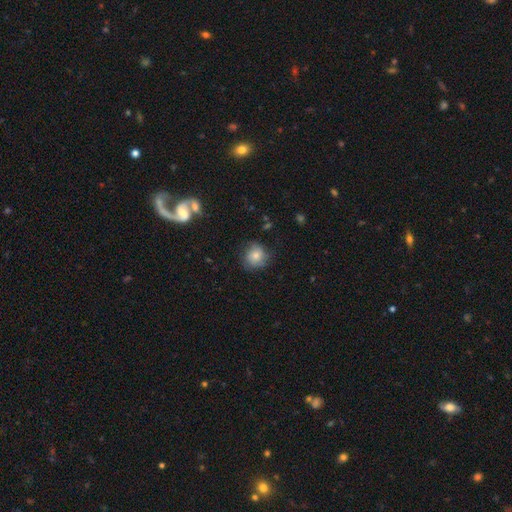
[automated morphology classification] Smooth or featured? Predicted: smooth (p=0.71). How rounded? Predicted: round (p=0.83). Merging? Predicted: none (p=0.69).